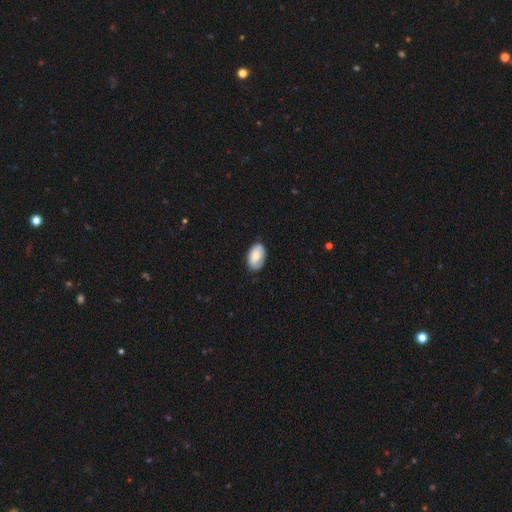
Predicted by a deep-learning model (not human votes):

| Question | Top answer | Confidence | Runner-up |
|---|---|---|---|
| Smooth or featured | smooth | 77% | featured or disk (17%) |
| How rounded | in between | 94% | round (5%) |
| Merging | none | 78% | minor disturbance (18%) |